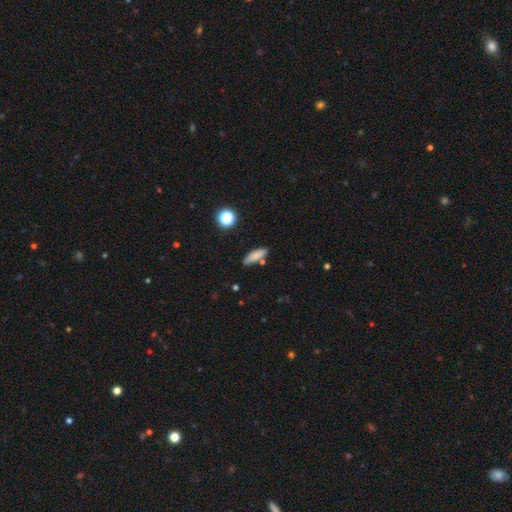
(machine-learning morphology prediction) type=smooth (82%); roundness=in between (49%); merging=none (80%).